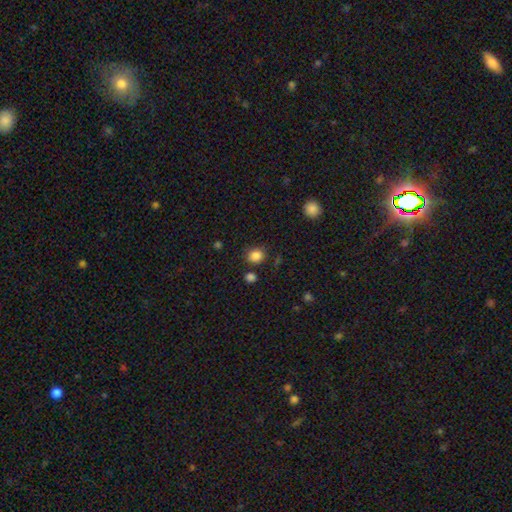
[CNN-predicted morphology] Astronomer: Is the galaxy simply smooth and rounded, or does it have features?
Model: smooth — 85%.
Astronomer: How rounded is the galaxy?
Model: round — 76%.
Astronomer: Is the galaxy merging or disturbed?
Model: none — 81%.